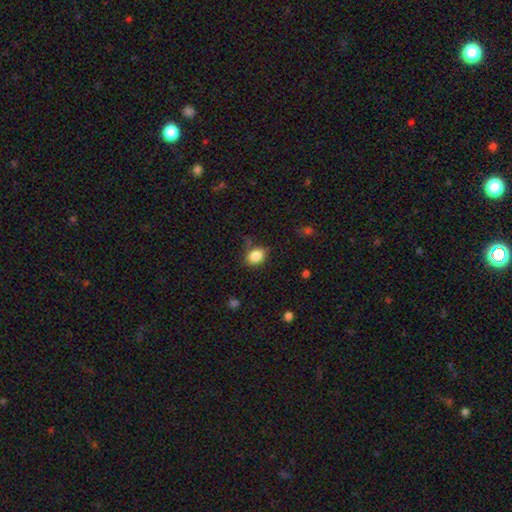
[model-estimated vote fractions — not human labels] Q: Smooth or featured?
A: smooth (85%); runner-up: star or artifact (10%)
Q: How rounded?
A: in between (65%); runner-up: round (34%)
Q: Merging?
A: none (70%); runner-up: minor disturbance (21%)